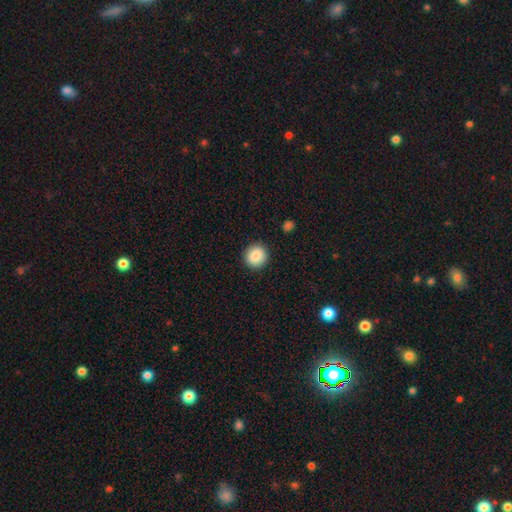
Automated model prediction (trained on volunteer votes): Overall: smooth (87%). How rounded: round (90%). Merging: none (91%).